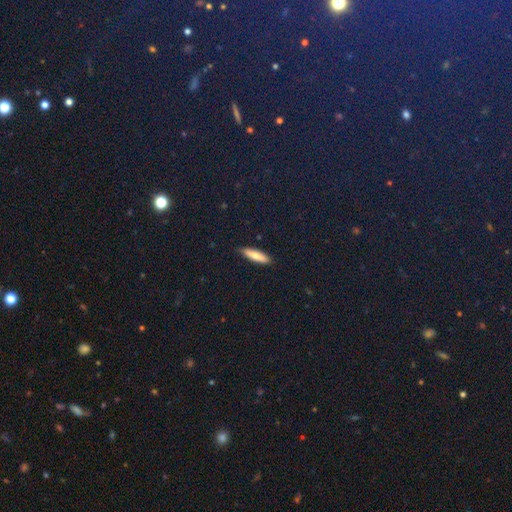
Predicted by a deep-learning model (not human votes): Morphology: type=smooth (75%); roundness=cigar-shaped (71%); merging=none (88%).